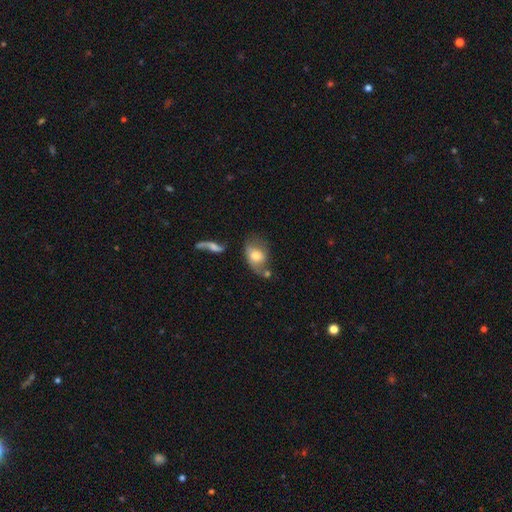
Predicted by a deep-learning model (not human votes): A smooth galaxy with no disk features (68%) that is in between round and cigar-shaped (75%). Merging: none (37%).